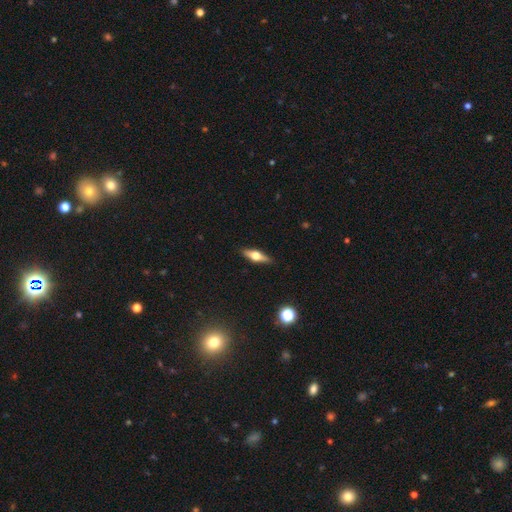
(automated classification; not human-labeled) Morphology: type=featured or disk (57%); edge-on=yes (93%); edge-on bulge=rounded (94%); merging=none (89%).